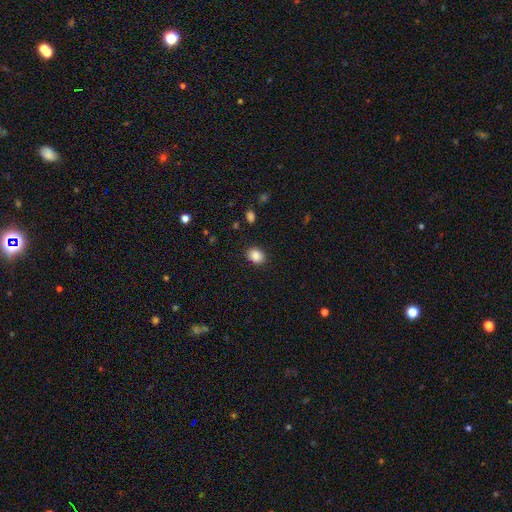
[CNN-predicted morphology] This appears to be a smooth galaxy with no disk features (88%) that is in between round and cigar-shaped (62%). Merging: none (89%).